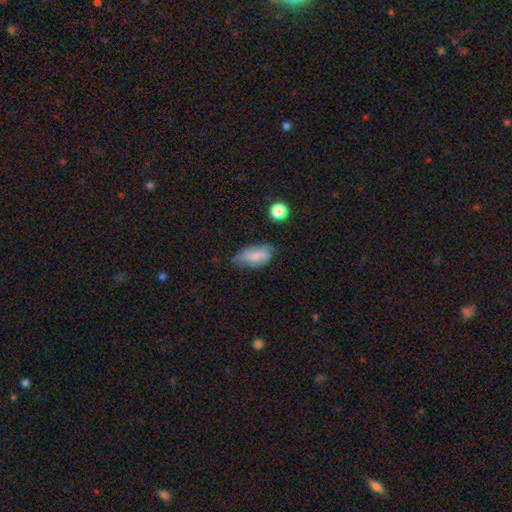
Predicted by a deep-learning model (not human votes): A smooth galaxy with no disk features (60%) that is in between round and cigar-shaped (89%).

Vote fractions:
- Smooth or featured? smooth: 60% / featured or disk: 31% / star or artifact: 9%
- How rounded? in between: 89% / cigar-shaped: 6% / round: 4%
- Merging? none: 51% / minor disturbance: 35% / major disturbance: 11% / merger: 3%